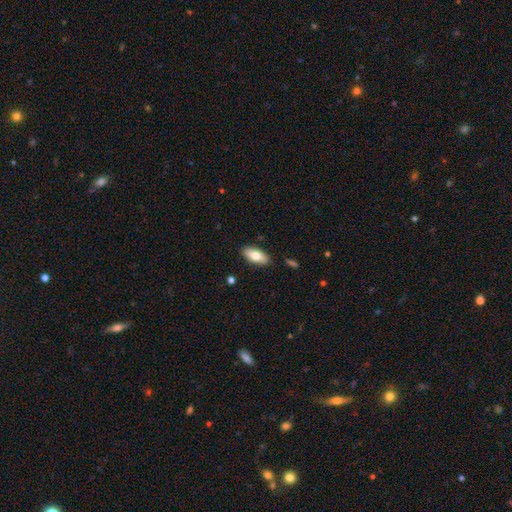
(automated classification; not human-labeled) Smooth or featured? smooth (76%)
How rounded? in between (86%)
Merging? none (87%)